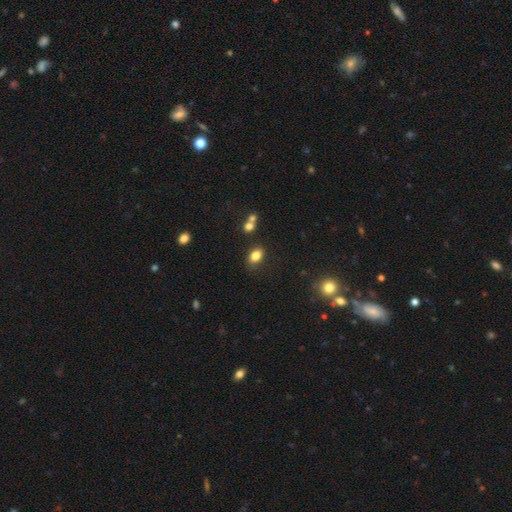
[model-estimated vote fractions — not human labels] Morphology: type=smooth (82%); roundness=in between (76%); merging=none (73%).